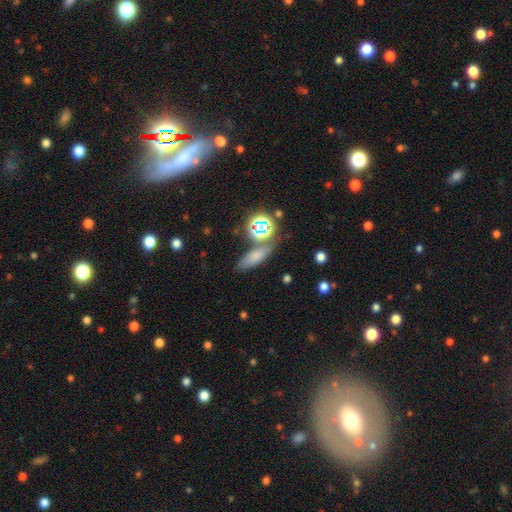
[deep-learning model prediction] smooth_or_featured: smooth (p=0.65) [alt: star or artifact p=0.21]
how_rounded: in between (p=0.51) [alt: cigar-shaped p=0.36]
merging: none (p=0.68) [alt: minor disturbance p=0.14]